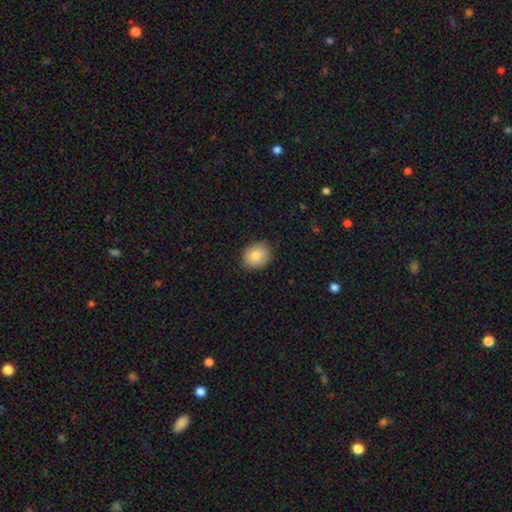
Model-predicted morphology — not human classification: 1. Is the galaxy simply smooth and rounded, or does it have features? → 84% smooth, 8% featured or disk, 8% star or artifact.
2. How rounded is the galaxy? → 63% round, 36% in between, 1% cigar-shaped.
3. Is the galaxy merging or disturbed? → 87% none, 10% minor disturbance, 2% major disturbance, 1% merger.